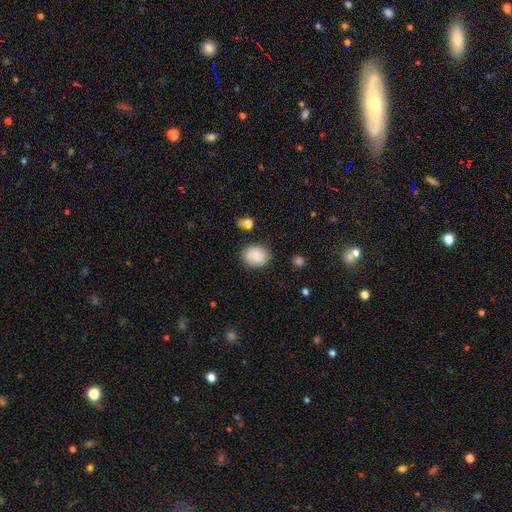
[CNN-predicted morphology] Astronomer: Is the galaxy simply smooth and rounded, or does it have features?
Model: smooth — 84%.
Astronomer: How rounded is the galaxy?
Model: round — 69%.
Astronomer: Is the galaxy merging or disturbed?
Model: none — 84%.